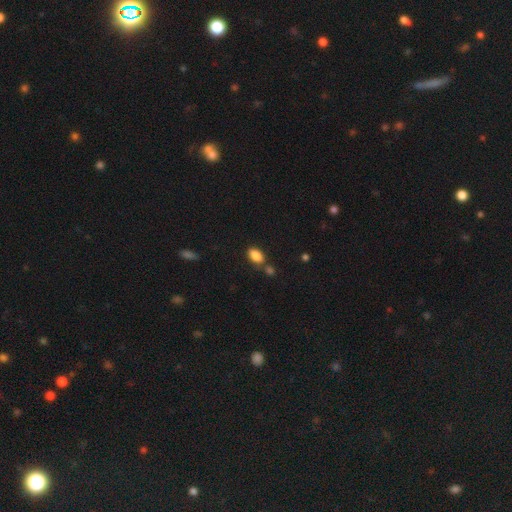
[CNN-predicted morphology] Overall: smooth (86%). How rounded: in between (91%). Merging: none (68%).